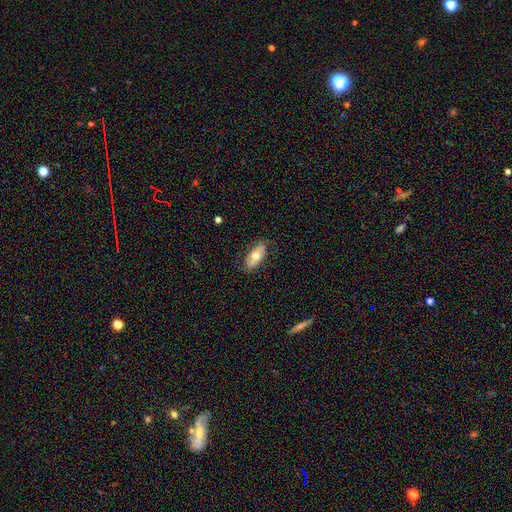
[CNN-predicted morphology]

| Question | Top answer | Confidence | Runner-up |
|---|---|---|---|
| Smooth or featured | smooth | 59% | featured or disk (35%) |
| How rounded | in between | 91% | cigar-shaped (6%) |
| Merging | none | 76% | minor disturbance (17%) |